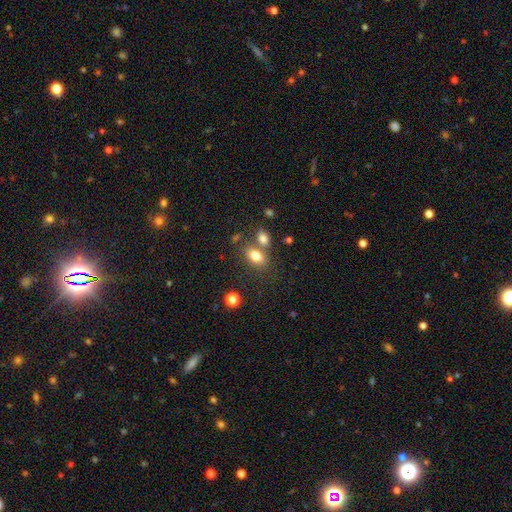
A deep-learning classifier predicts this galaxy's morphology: Smooth or featured: smooth — 80% (featured or disk — 10%)
How rounded: in between — 84% (round — 14%)
Merging: none — 54% (merger — 29%)